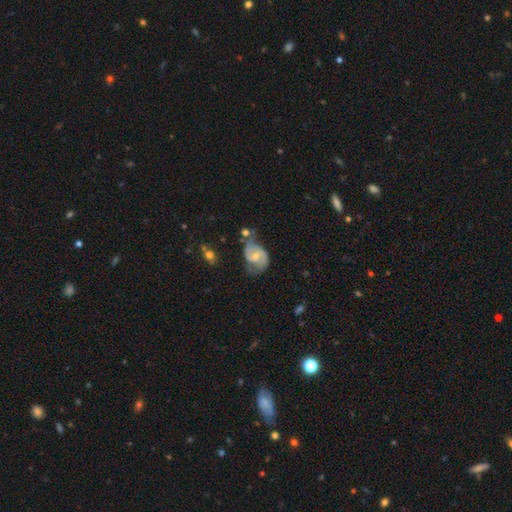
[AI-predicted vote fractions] featured or disk 72%, smooth 21%, star or artifact 7%. Down the decision tree: edge-on disk — no (97%); bar — weak (45%); spiral arms — yes (88%); spiral arm count — 2 (85%); spiral winding — medium (46%); bulge size — moderate (48%); merging — none (46%).